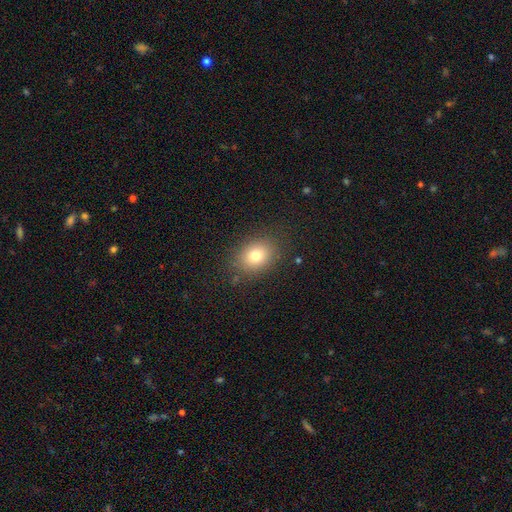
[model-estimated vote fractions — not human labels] A smooth galaxy with no disk features (78%) that is in between round and cigar-shaped (55%).

Vote fractions:
- Smooth or featured? smooth: 78% / star or artifact: 12% / featured or disk: 10%
- How rounded? in between: 55% / round: 44% / cigar-shaped: 1%
- Merging? none: 84% / minor disturbance: 10% / major disturbance: 4% / merger: 1%